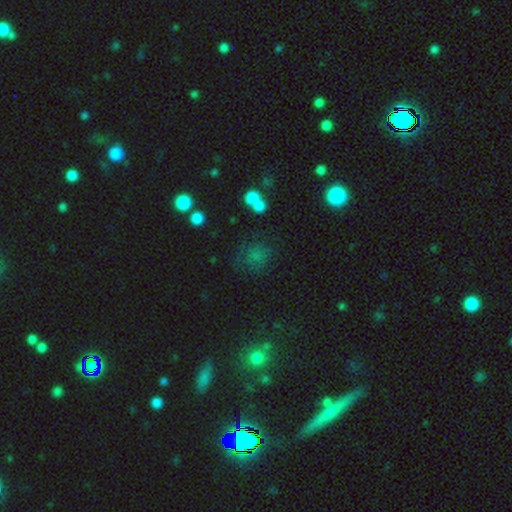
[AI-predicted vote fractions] Q: Smooth or featured?
A: smooth (64%); runner-up: star or artifact (25%)
Q: How rounded?
A: round (81%); runner-up: in between (18%)
Q: Merging?
A: none (63%); runner-up: minor disturbance (18%)